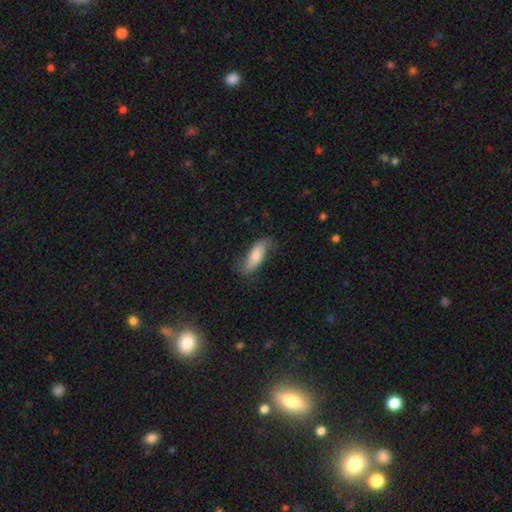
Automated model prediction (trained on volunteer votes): The model was most divided on "smooth or featured": smooth: 61%, featured or disk: 33%, star or artifact: 7%. More confident: merging — none (69%); how rounded — in between (66%).